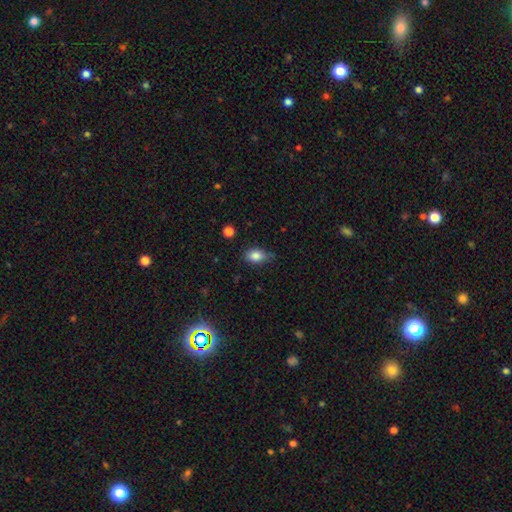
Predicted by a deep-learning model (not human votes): This appears to be a smooth galaxy with no disk features (84%) that is in between round and cigar-shaped (81%). Merging: none (71%).